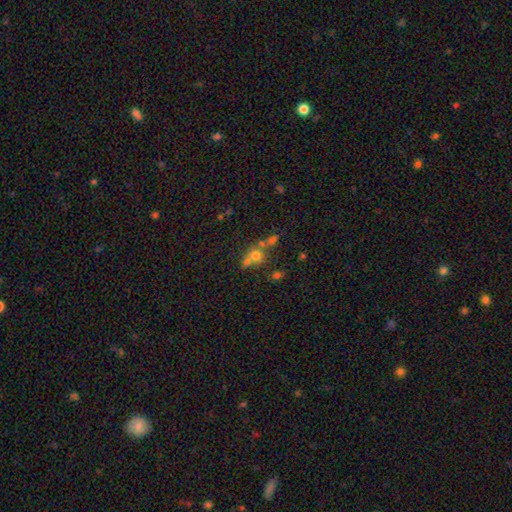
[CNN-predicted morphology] Smooth or featured?
  - smooth: 62% *
  - star or artifact: 19%
  - featured or disk: 19%
How rounded?
  - round: 78% *
  - in between: 21%
  - cigar-shaped: 1%
Merging?
  - merger: 46% *
  - none: 40%
  - minor disturbance: 9%
  - major disturbance: 5%